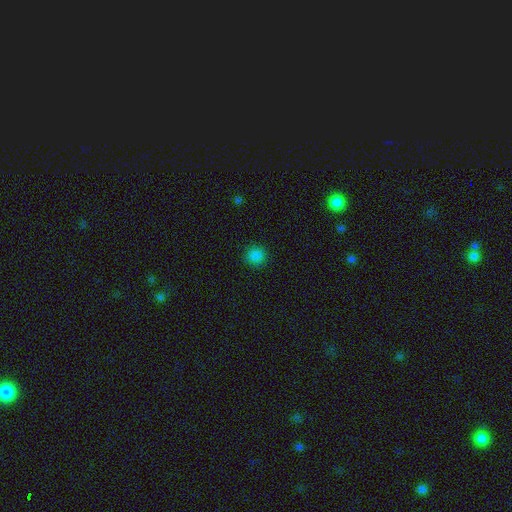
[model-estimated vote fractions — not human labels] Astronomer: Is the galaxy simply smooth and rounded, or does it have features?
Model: smooth — 84%.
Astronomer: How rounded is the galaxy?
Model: round — 93%.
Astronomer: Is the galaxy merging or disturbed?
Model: none — 91%.